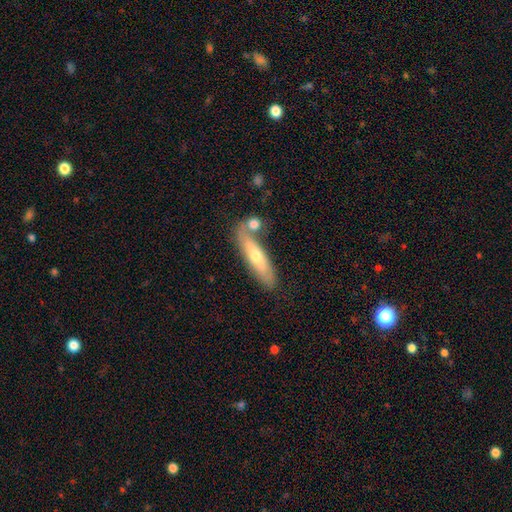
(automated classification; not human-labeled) Overall: smooth (51%; featured or disk 43%). How rounded: cigar-shaped (68%; in between 30%). Merging: none (60%; merger 21%).